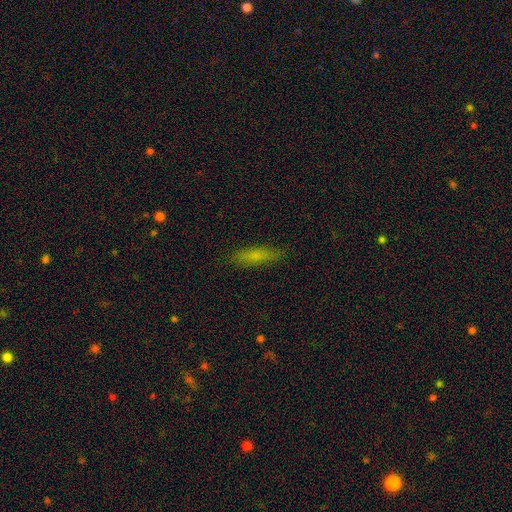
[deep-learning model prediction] This is likely a smooth galaxy (70%). How rounded: likely cigar-shaped (72%). Merging: clearly none (86%).